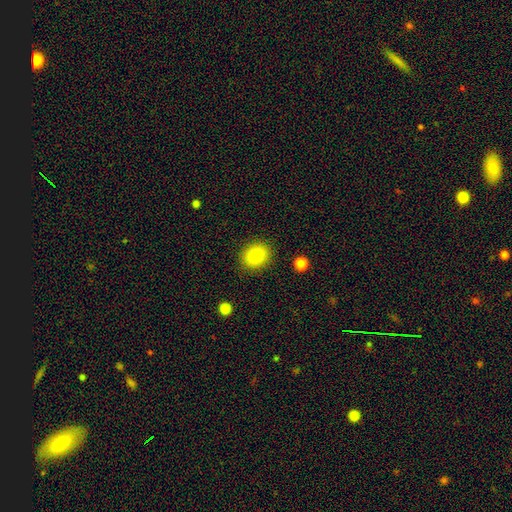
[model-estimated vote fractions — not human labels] Smooth or featured? Predicted: smooth (p=0.82). How rounded? Predicted: round (p=0.67). Merging? Predicted: none (p=0.89).